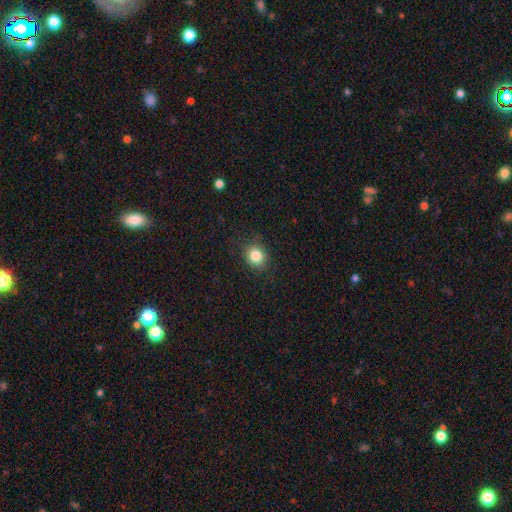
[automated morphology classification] Overall: smooth (83%). How rounded: round (79%). Merging: none (86%).